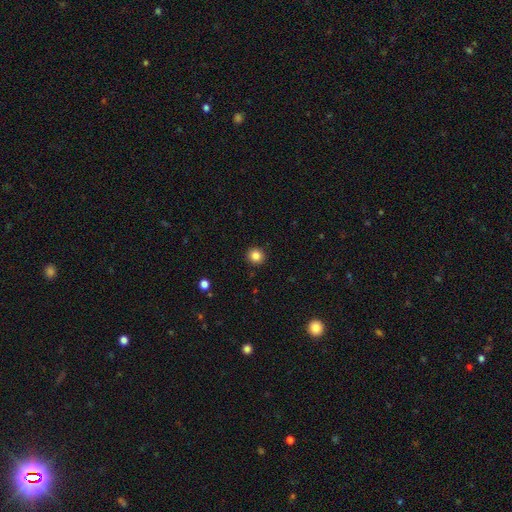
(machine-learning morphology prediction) Smooth or featured? smooth (84%)
How rounded? round (92%)
Merging? none (92%)